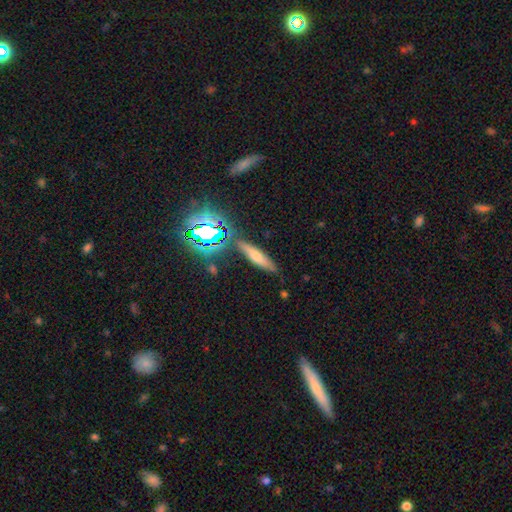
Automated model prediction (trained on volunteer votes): A smooth galaxy with no disk features (48%).

Vote fractions:
- Smooth or featured? smooth: 48% / featured or disk: 28% / star or artifact: 24%
- Merging? none: 79% / minor disturbance: 12% / merger: 5% / major disturbance: 4%